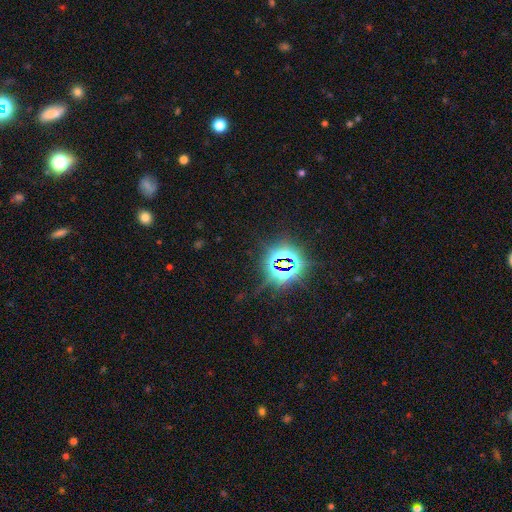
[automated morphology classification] Smooth or featured: star or artifact — 80% (smooth — 13%)